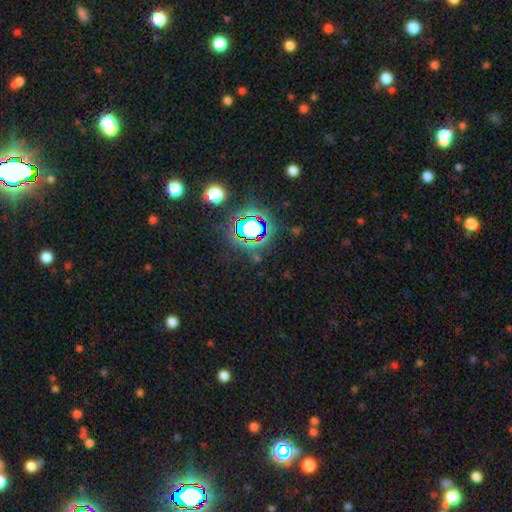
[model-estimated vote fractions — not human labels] A star or artifact, not a galaxy (72%).

Vote fractions:
- Smooth or featured? star or artifact: 72% / smooth: 19% / featured or disk: 10%